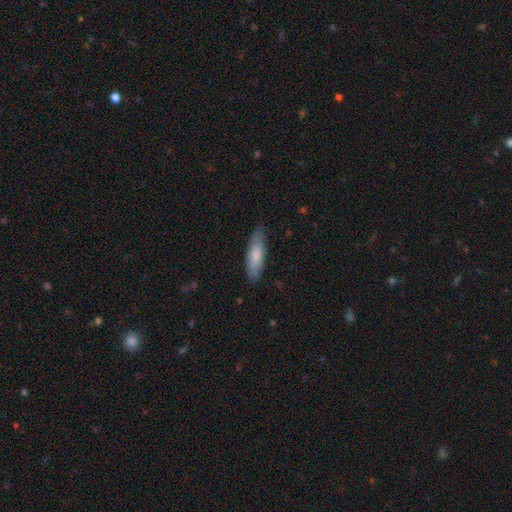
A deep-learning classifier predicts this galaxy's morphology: A smooth galaxy with no disk features (78%) that is cigar-shaped (57%).

Vote fractions:
- Smooth or featured? smooth: 78% / featured or disk: 17% / star or artifact: 5%
- How rounded? cigar-shaped: 57% / in between: 41% / round: 1%
- Merging? none: 82% / minor disturbance: 14% / major disturbance: 3% / merger: 1%